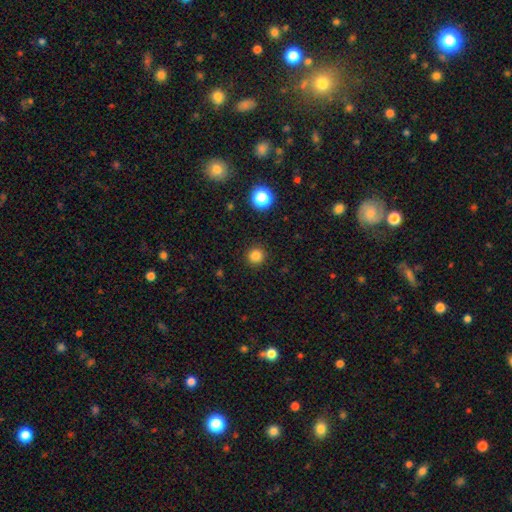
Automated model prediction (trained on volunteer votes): Q: Smooth or featured?
A: smooth (83%); runner-up: star or artifact (13%)
Q: How rounded?
A: round (94%); runner-up: in between (5%)
Q: Merging?
A: none (92%); runner-up: minor disturbance (5%)